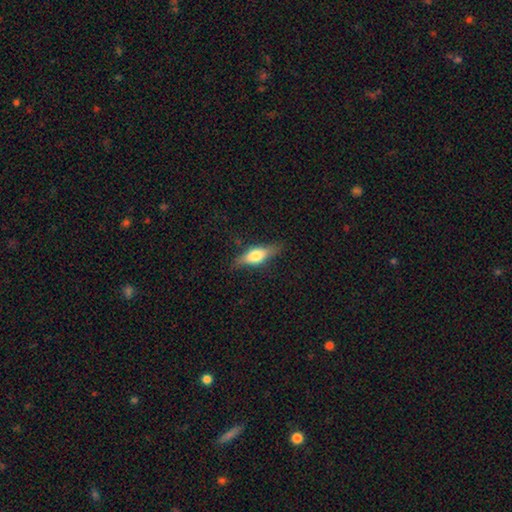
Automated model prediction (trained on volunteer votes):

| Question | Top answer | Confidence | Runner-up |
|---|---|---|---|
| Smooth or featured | smooth | 57% | featured or disk (37%) |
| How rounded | in between | 59% | cigar-shaped (37%) |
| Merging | none | 78% | minor disturbance (16%) |